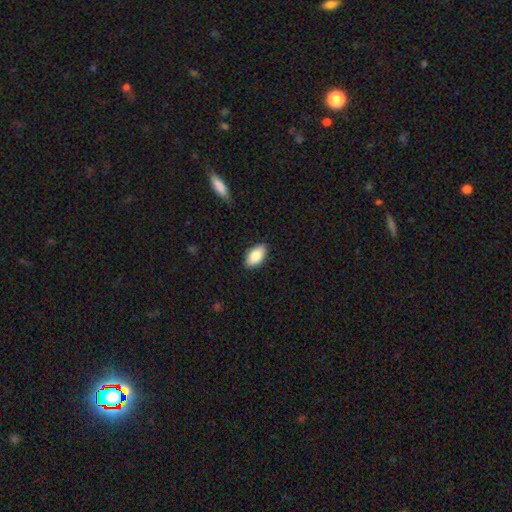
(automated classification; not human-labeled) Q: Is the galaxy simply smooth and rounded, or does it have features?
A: smooth — 85%.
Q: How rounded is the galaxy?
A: in between — 94%.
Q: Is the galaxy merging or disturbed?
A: none — 88%.